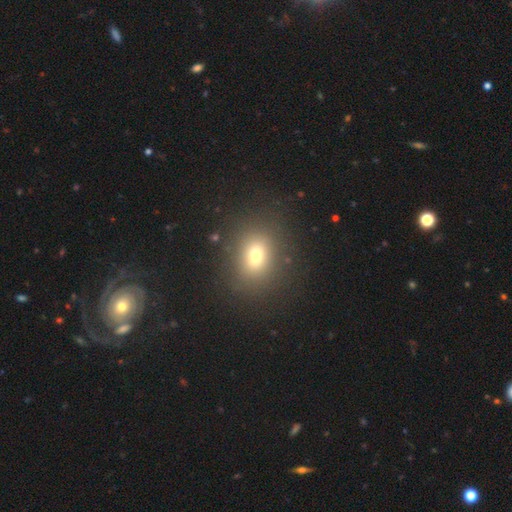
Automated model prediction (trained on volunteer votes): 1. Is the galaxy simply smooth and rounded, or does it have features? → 71% smooth, 17% star or artifact, 12% featured or disk.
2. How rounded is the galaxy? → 52% round, 47% in between, 1% cigar-shaped.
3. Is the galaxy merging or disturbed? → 85% none, 9% minor disturbance, 5% major disturbance, 2% merger.